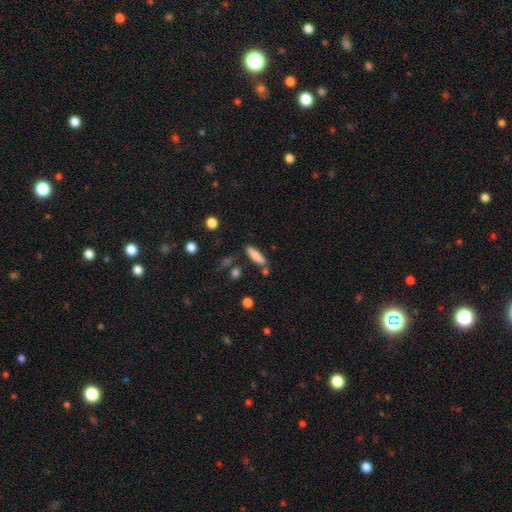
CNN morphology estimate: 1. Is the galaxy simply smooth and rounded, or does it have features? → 81% smooth, 12% featured or disk, 7% star or artifact.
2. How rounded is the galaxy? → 60% cigar-shaped, 38% in between, 2% round.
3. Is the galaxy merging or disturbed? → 75% none, 13% minor disturbance, 8% merger, 3% major disturbance.